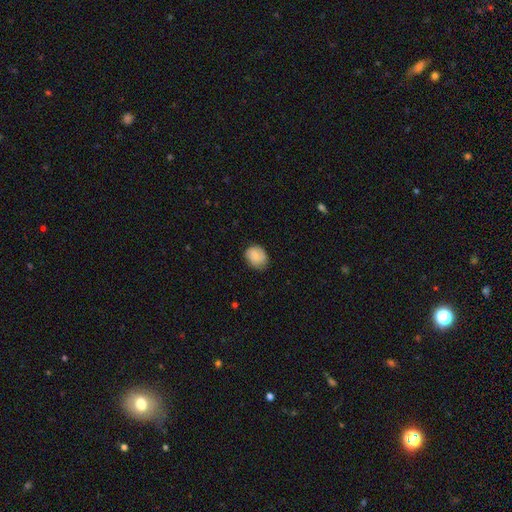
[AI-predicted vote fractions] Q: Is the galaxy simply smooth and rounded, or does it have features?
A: smooth — 79%.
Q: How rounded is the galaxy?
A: round — 55%.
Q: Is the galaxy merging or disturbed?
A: none — 73%.